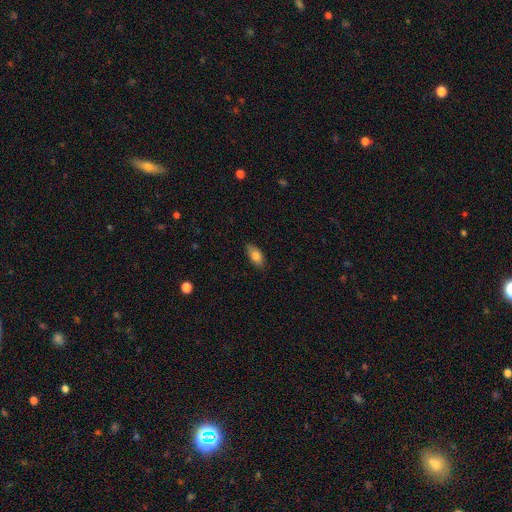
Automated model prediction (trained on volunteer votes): Smooth or featured: smooth — 83% (featured or disk — 10%)
How rounded: in between — 87% (cigar-shaped — 9%)
Merging: none — 82% (minor disturbance — 14%)